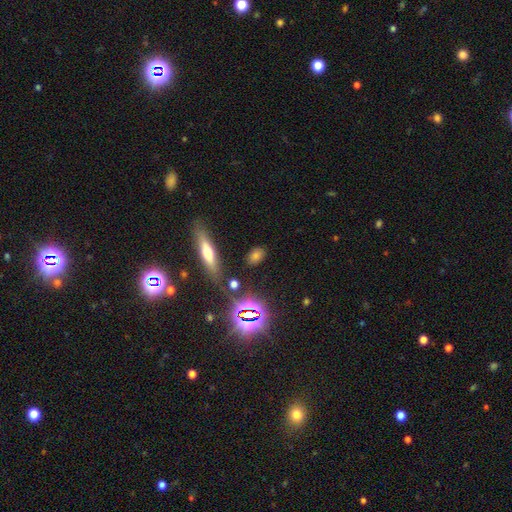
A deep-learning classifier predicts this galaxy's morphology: Smooth or featured: smooth — 49% (star or artifact — 37%)
Merging: none — 82% (minor disturbance — 11%)